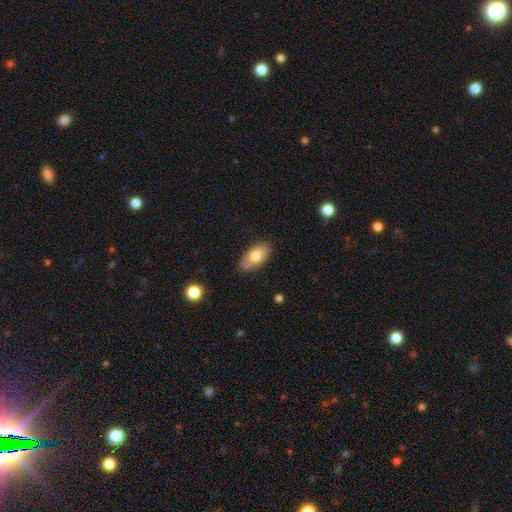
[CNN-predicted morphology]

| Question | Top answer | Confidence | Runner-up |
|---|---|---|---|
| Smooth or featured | smooth | 78% | featured or disk (16%) |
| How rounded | in between | 91% | cigar-shaped (6%) |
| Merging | none | 82% | minor disturbance (14%) |